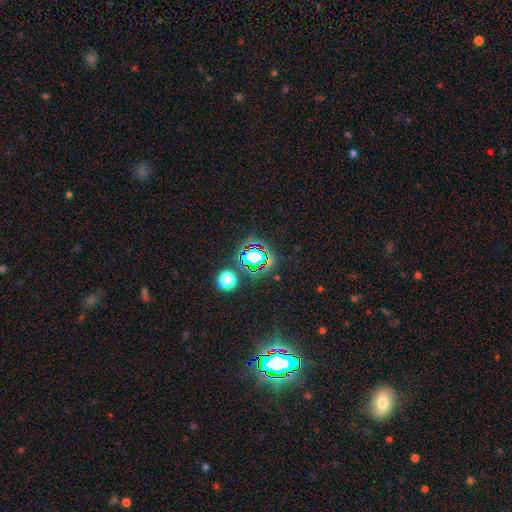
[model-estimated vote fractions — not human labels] This appears to be a star or artifact, not a galaxy (64%).